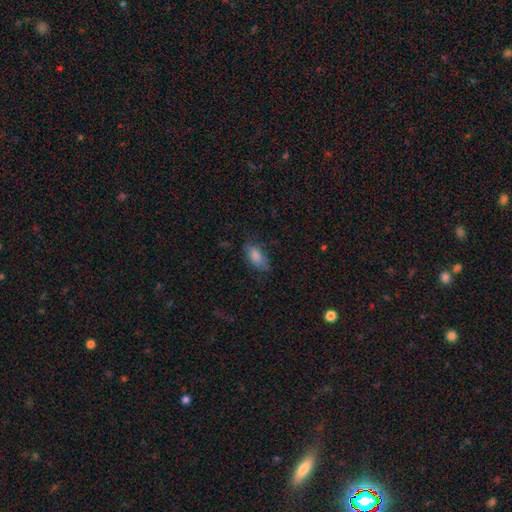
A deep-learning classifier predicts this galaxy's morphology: Smooth or featured: smooth — 78% (featured or disk — 12%)
How rounded: in between — 85% (cigar-shaped — 12%)
Merging: none — 70% (minor disturbance — 22%)